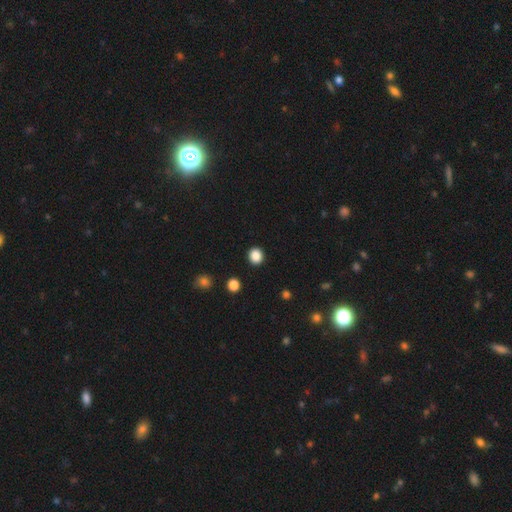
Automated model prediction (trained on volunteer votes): smooth-or-featured: smooth: 87% | star or artifact: 10% | featured or disk: 3%
  how-rounded: round: 77% | in between: 22% | cigar-shaped: 1%
  merging: none: 91% | minor disturbance: 6% | major disturbance: 2% | merger: 1%